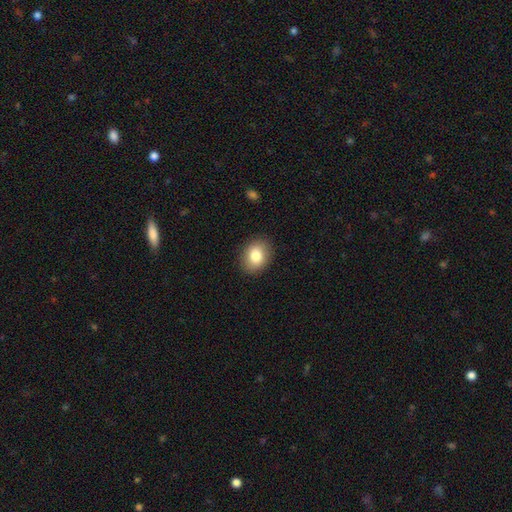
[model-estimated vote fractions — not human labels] Overall: smooth (83%). How rounded: in between (64%; round 35%). Merging: none (88%).